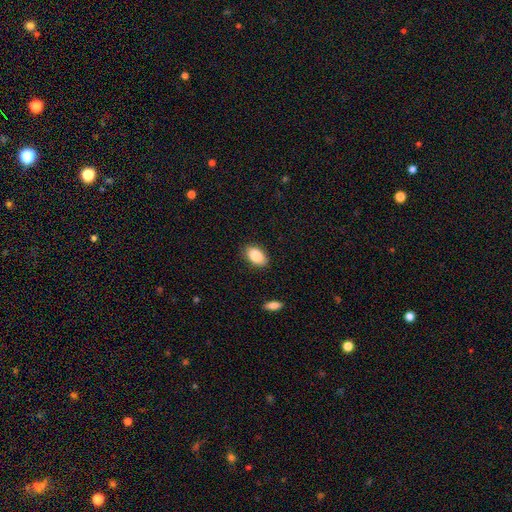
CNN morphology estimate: Smooth or featured?
  - smooth: 88% *
  - star or artifact: 7%
  - featured or disk: 5%
How rounded?
  - in between: 91% *
  - round: 7%
  - cigar-shaped: 2%
Merging?
  - none: 86% *
  - minor disturbance: 11%
  - major disturbance: 2%
  - merger: 1%